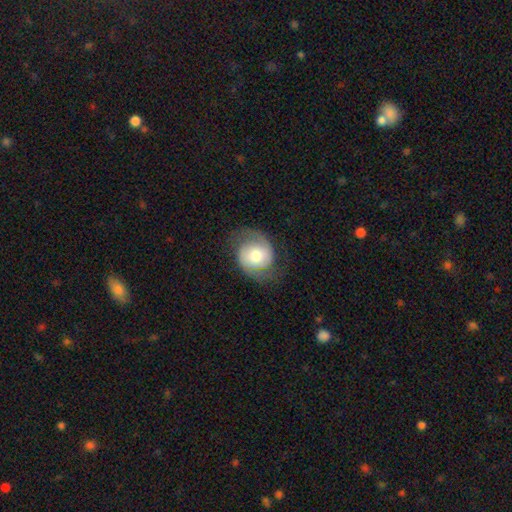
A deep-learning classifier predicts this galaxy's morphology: A featured or disk galaxy (68%) with no bar (71%), 2 (88%) medium (45%) spiral arms (90%) and a moderate central bulge (64%).

Vote fractions:
- Smooth or featured? featured or disk: 68% / smooth: 25% / star or artifact: 7%
- Edge-on disk? no: 97% / yes: 3%
- Bar? no: 71% / weak: 23% / strong: 6%
- Spiral arms? yes: 90% / no: 10%
- Spiral winding? medium: 45% / tight: 29% / loose: 25%
- Spiral arm count? 2: 88% / can't tell: 5% / 1: 3% / 3: 1% / 4: 1% / more than 4: 1%
- Bulge size? moderate: 64% / large: 17% / small: 15% / dominant: 3% / none: 2%
- Merging? none: 69% / minor disturbance: 18% / major disturbance: 11% / merger: 1%